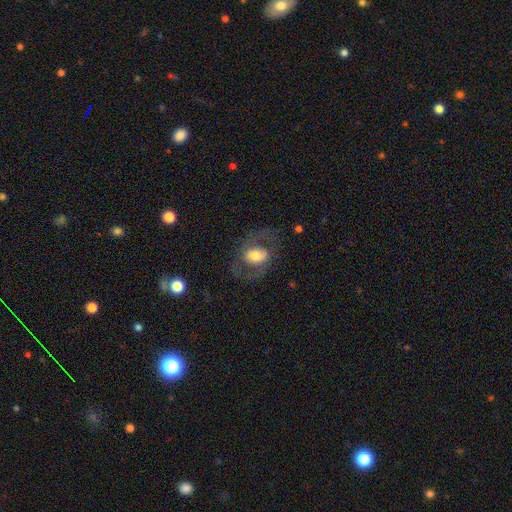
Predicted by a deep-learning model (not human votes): smooth-or-featured: featured or disk: 50% | smooth: 42% | star or artifact: 8%
  disk-edge-on: no: 93% | yes: 7%
  merging: none: 66% | major disturbance: 17% | minor disturbance: 15% | merger: 1%